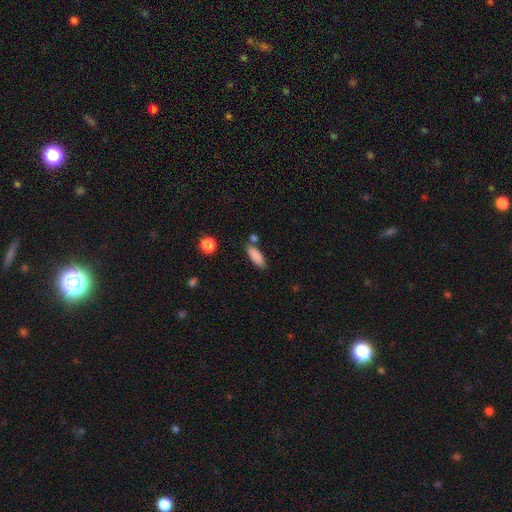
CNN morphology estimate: A smooth galaxy with no disk features (86%) that is in between round and cigar-shaped (68%). Merging: none (74%).